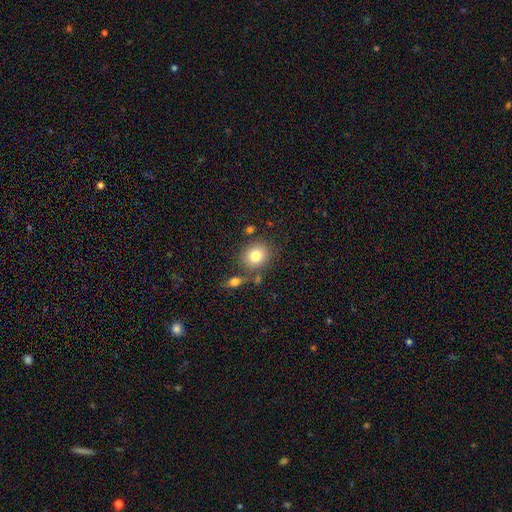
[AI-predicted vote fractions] Morphology: type=smooth (80%); roundness=round (74%); merging=none (74%).